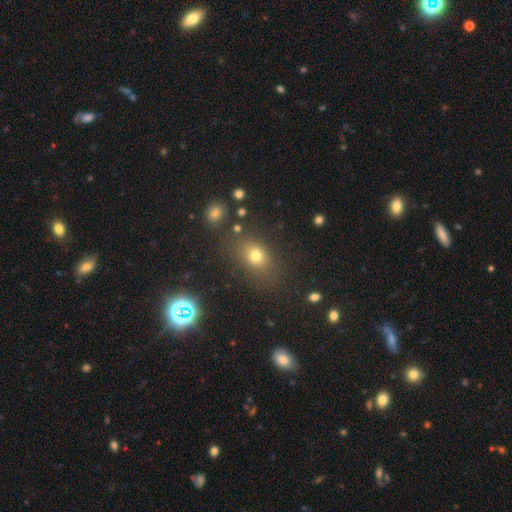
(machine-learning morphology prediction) Overall: smooth (71%). How rounded: in between (60%; round 37%). Merging: none (74%).